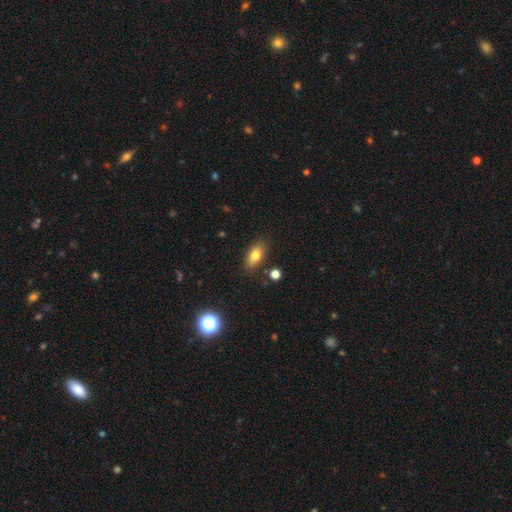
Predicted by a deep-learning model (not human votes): A smooth galaxy with no disk features (76%) that is in between round and cigar-shaped (84%). Merging: none (83%).